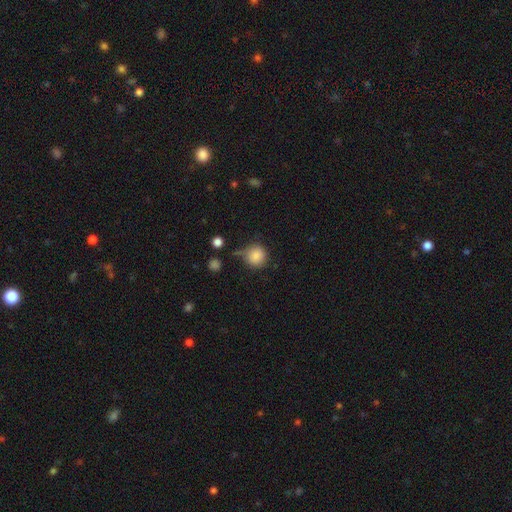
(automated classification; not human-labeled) Morphology: type=smooth (85%); roundness=round (90%); merging=none (64%).